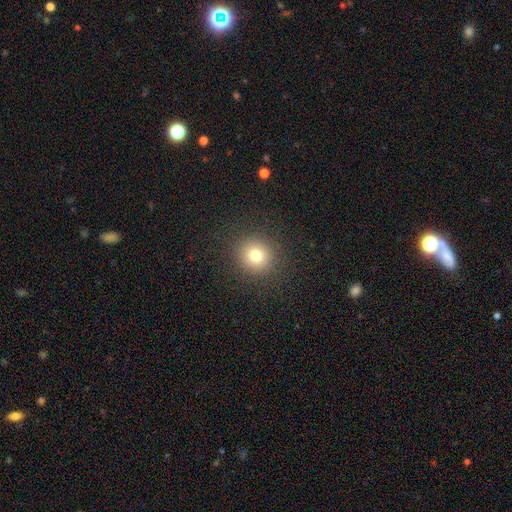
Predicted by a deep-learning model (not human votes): Q: Smooth or featured?
A: smooth (77%); runner-up: star or artifact (15%)
Q: How rounded?
A: round (91%); runner-up: in between (8%)
Q: Merging?
A: none (90%); runner-up: minor disturbance (6%)